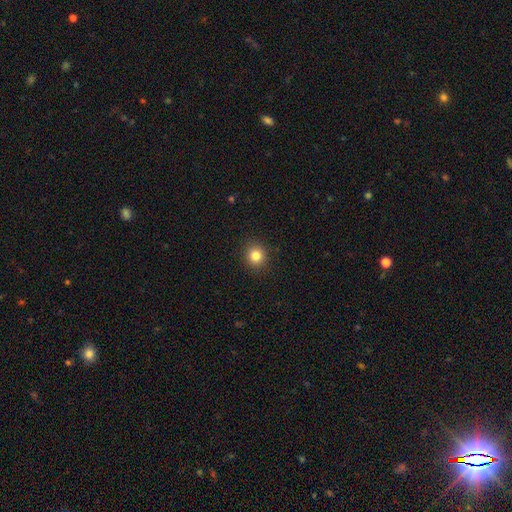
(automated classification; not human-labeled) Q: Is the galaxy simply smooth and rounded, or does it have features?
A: smooth — 83%.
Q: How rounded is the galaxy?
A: round — 92%.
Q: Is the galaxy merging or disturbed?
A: none — 92%.